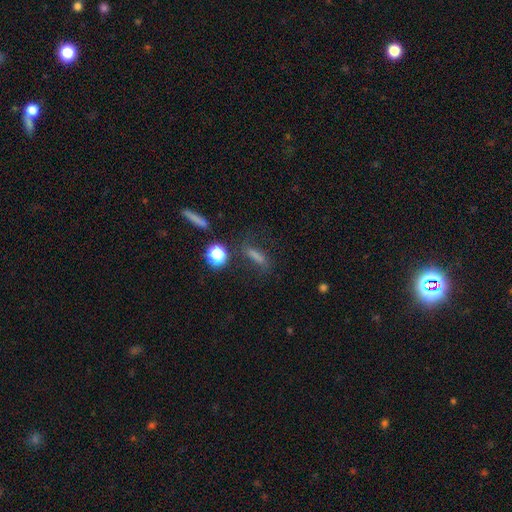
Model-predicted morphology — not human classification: smooth-or-featured: smooth: 55% | star or artifact: 23% | featured or disk: 22%
  how-rounded: cigar-shaped: 59% | in between: 27% | round: 14%
  merging: none: 64% | minor disturbance: 17% | major disturbance: 12% | merger: 7%